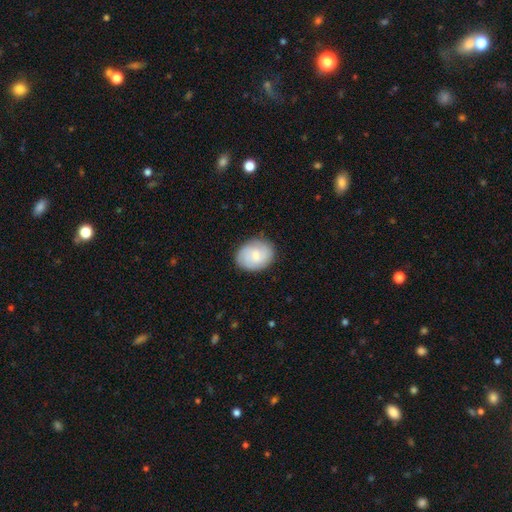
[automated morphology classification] smooth_or_featured: featured or disk (p=0.48) [alt: smooth p=0.46]
merging: none (p=0.84) [alt: minor disturbance p=0.12]